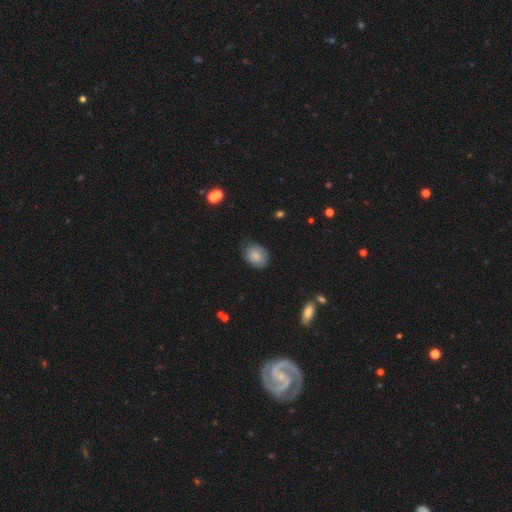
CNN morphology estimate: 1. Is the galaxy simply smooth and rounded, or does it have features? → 81% smooth, 11% featured or disk, 8% star or artifact.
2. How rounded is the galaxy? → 74% in between, 25% round, 1% cigar-shaped.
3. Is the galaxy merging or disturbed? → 72% none, 22% minor disturbance, 4% major disturbance, 1% merger.